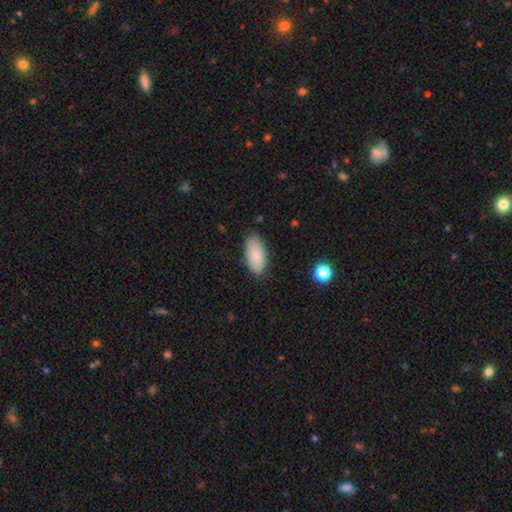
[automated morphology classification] smooth-or-featured: smooth: 86% | featured or disk: 8% | star or artifact: 6%
  how-rounded: in between: 91% | cigar-shaped: 7% | round: 2%
  merging: none: 83% | minor disturbance: 13% | major disturbance: 3% | merger: 1%